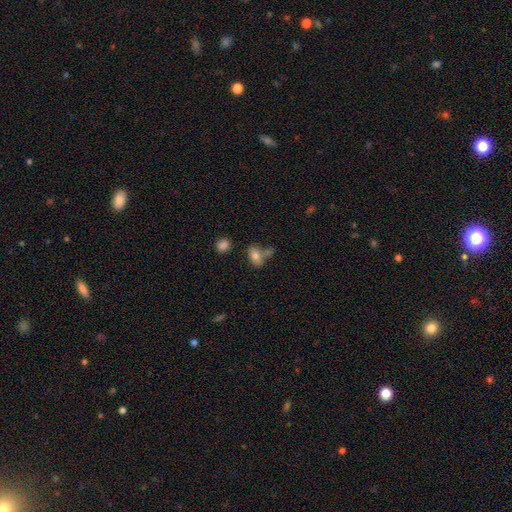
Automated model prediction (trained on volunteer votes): Q: Smooth or featured?
A: smooth (76%); runner-up: featured or disk (14%)
Q: How rounded?
A: in between (83%); runner-up: round (14%)
Q: Merging?
A: none (53%); runner-up: merger (22%)